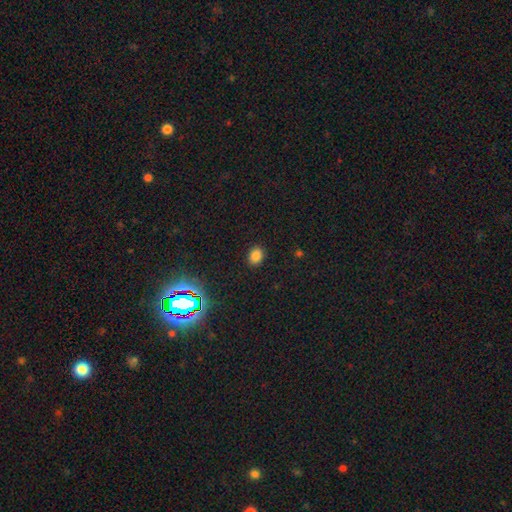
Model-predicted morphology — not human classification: Overall: smooth (81%). How rounded: in between (50%; round 49%). Merging: none (89%).